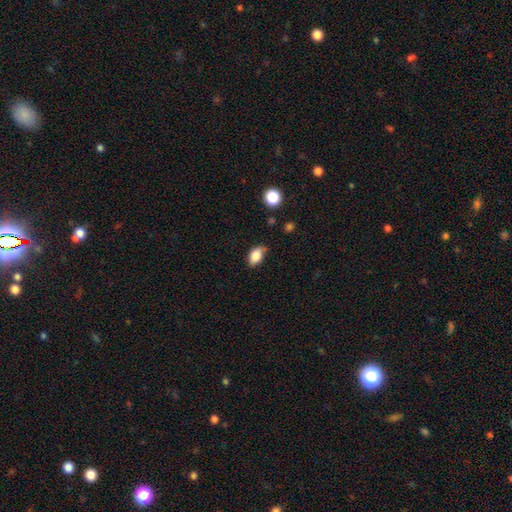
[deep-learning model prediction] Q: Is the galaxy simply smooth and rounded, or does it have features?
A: smooth — 84%.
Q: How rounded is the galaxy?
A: in between — 87%.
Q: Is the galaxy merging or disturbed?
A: none — 70%.